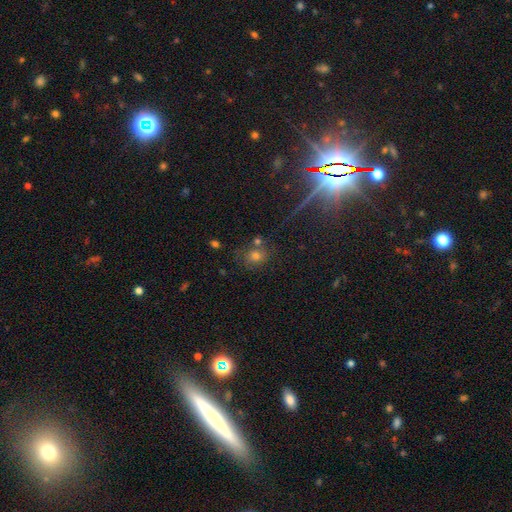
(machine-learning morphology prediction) smooth_or_featured: smooth (p=0.57) [alt: star or artifact p=0.29]
how_rounded: round (p=0.76) [alt: in between p=0.22]
merging: none (p=0.70) [alt: merger p=0.12]